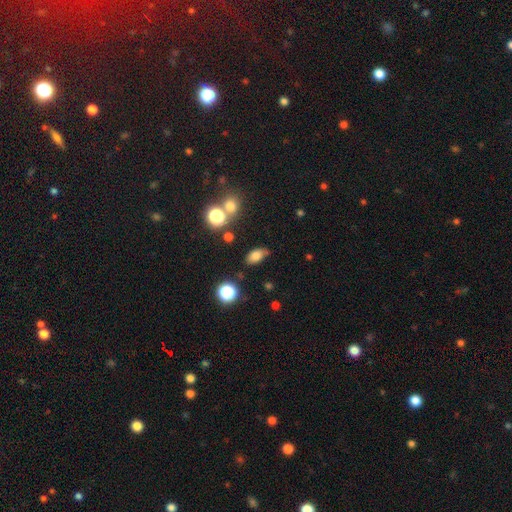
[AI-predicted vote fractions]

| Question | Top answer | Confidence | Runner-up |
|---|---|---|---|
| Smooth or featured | smooth | 78% | star or artifact (12%) |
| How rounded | in between | 87% | round (10%) |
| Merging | none | 74% | minor disturbance (17%) |